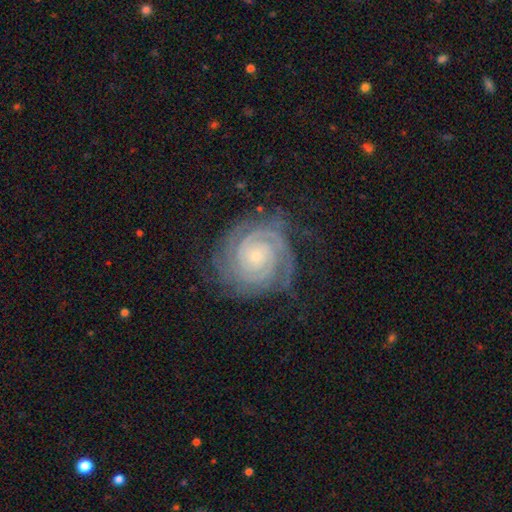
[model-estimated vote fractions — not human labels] Smooth or featured?
  - featured or disk: 90% *
  - star or artifact: 5%
  - smooth: 4%
Edge-on disk?
  - no: 98% *
  - yes: 2%
Bar?
  - no: 75% *
  - weak: 18%
  - strong: 7%
Spiral arms?
  - yes: 99% *
  - no: 1%
Spiral winding?
  - tight: 86% *
  - medium: 12%
  - loose: 2%
Spiral arm count?
  - 2: 48% *
  - 3: 20%
  - can't tell: 12%
  - 4: 10%
  - more than 4: 5%
  - 1: 5%
Bulge size?
  - small: 80% *
  - moderate: 16%
  - none: 2%
  - large: 1%
  - dominant: 1%
Merging?
  - none: 77% *
  - minor disturbance: 16%
  - major disturbance: 6%
  - merger: 1%